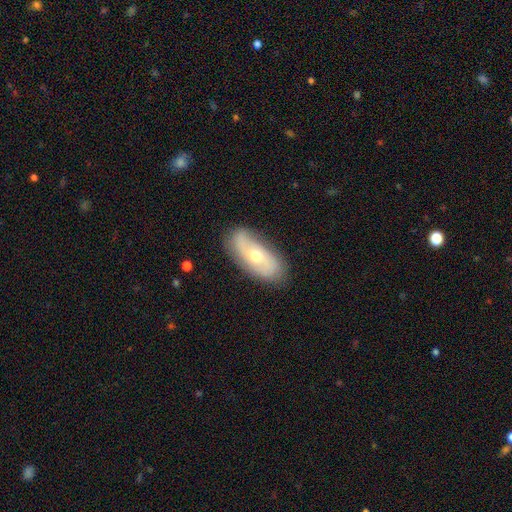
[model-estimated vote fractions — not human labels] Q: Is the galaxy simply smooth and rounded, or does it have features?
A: featured or disk — 64%.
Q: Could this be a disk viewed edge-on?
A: no — 88%.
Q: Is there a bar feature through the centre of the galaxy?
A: no — 72%.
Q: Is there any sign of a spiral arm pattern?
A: yes — 78%.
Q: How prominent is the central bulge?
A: moderate — 65%.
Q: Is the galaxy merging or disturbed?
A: none — 80%.